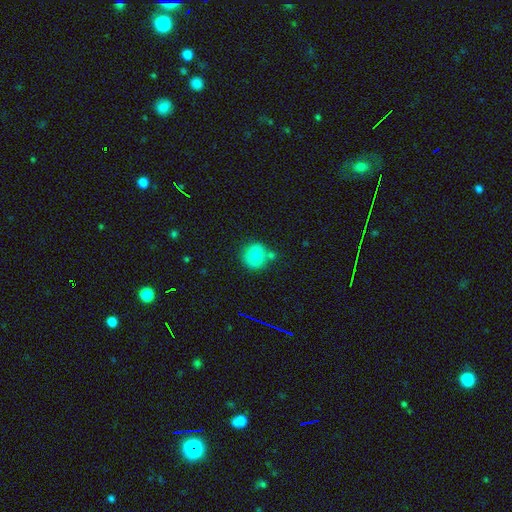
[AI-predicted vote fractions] smooth-or-featured: smooth: 78% | featured or disk: 11% | star or artifact: 10%
  how-rounded: round: 89% | in between: 10% | cigar-shaped: 1%
  merging: none: 72% | minor disturbance: 13% | merger: 13% | major disturbance: 3%